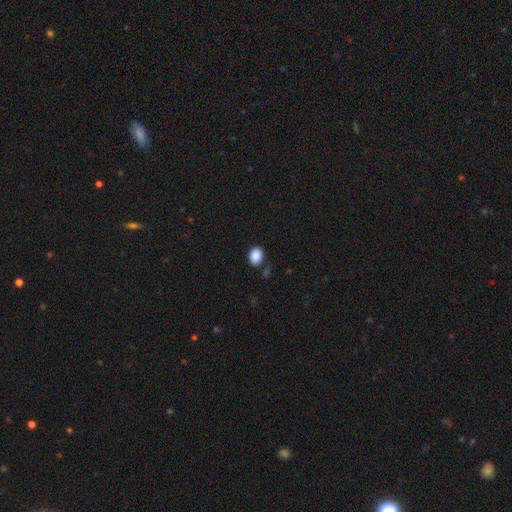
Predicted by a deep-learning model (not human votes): Smooth or featured? smooth (88%)
How rounded? in between (58%)
Merging? none (80%)